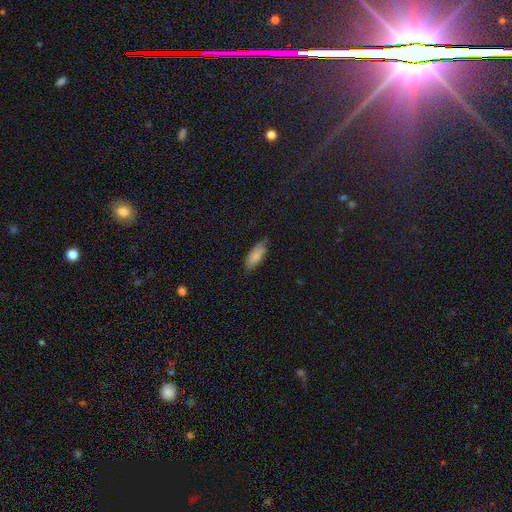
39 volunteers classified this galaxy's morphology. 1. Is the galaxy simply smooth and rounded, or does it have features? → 85% smooth, 13% featured or disk, 3% star or artifact.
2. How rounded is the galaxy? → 85% in between, 15% cigar-shaped, 0% round.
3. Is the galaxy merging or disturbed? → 50% none, 45% minor disturbance, 5% major disturbance, 0% merger.